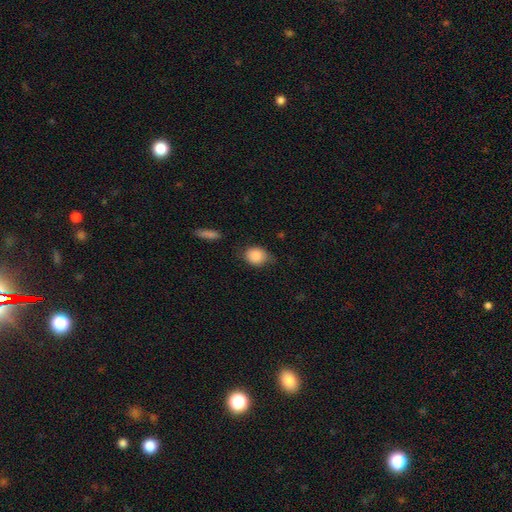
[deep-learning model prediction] Morphology: type=smooth (86%); roundness=round (59%); merging=none (64%).